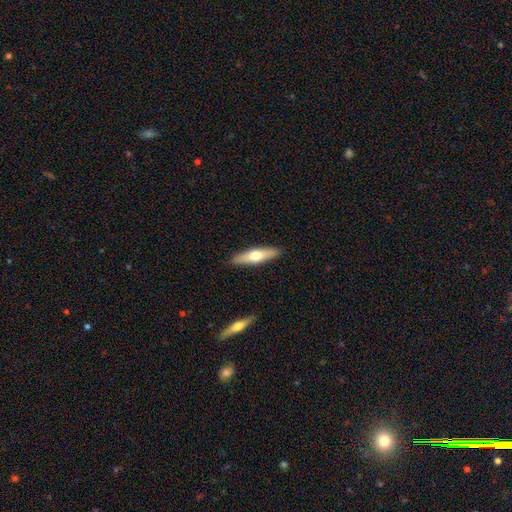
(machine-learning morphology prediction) Smooth or featured? Predicted: smooth (p=0.52). How rounded? Predicted: cigar-shaped (p=0.73). Merging? Predicted: none (p=0.90).